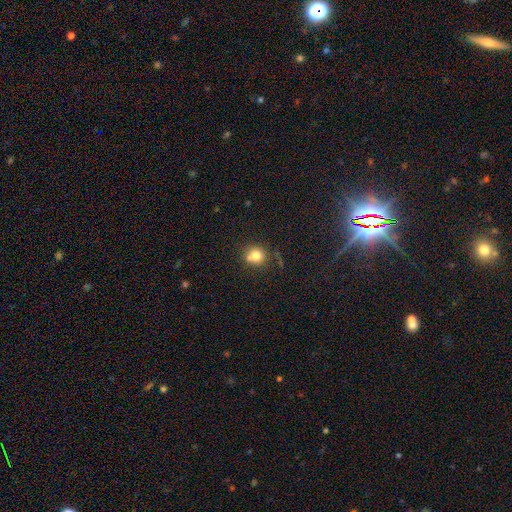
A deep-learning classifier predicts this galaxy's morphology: smooth 77%, star or artifact 12%, featured or disk 11%. Down the decision tree: how rounded — round (84%); merging — none (61%).